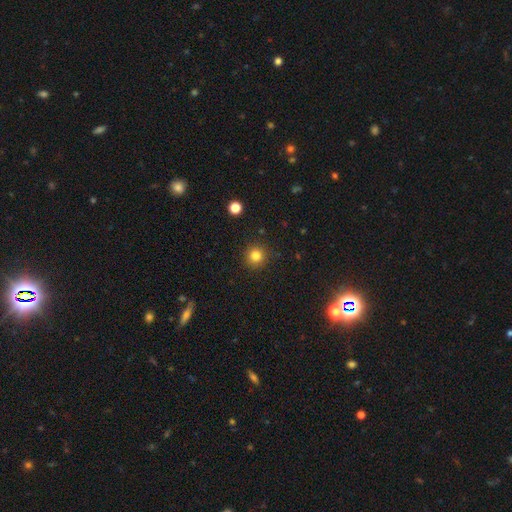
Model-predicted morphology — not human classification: smooth 82%, star or artifact 13%, featured or disk 5%. Down the decision tree: how rounded — round (94%); merging — none (90%).